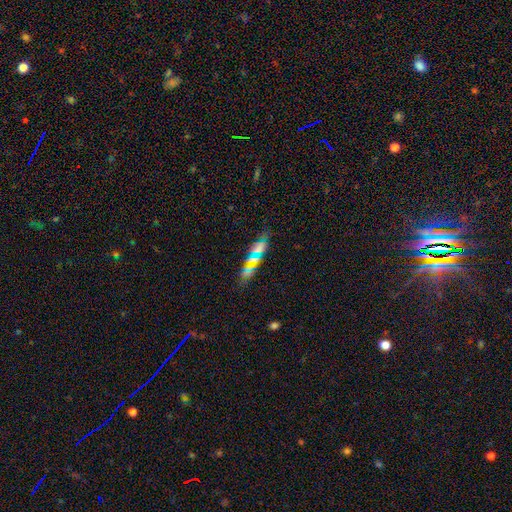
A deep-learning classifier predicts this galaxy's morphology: type=smooth (38%); merging=none (58%).